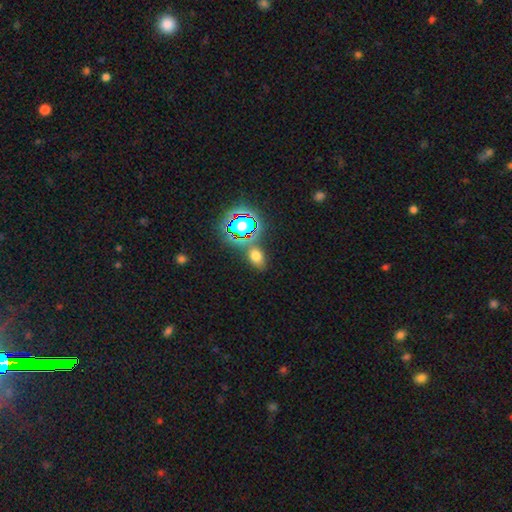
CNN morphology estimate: Q: Smooth or featured?
A: smooth (60%); runner-up: star or artifact (31%)
Q: How rounded?
A: in between (78%); runner-up: round (19%)
Q: Merging?
A: none (74%); runner-up: minor disturbance (12%)